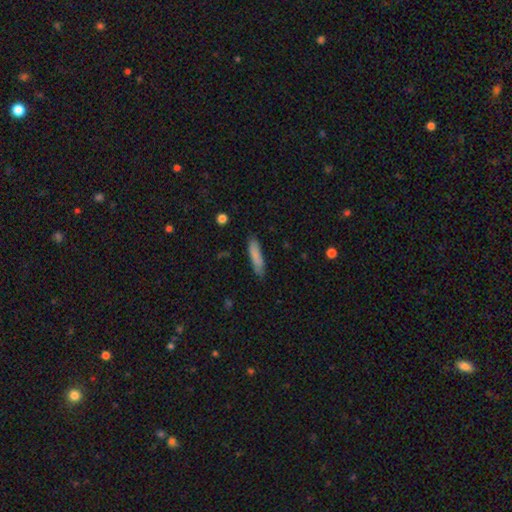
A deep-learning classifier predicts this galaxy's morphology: smooth-or-featured: smooth: 81% | featured or disk: 12% | star or artifact: 6%
  how-rounded: cigar-shaped: 78% | in between: 21% | round: 2%
  merging: none: 79% | minor disturbance: 17% | major disturbance: 3% | merger: 2%